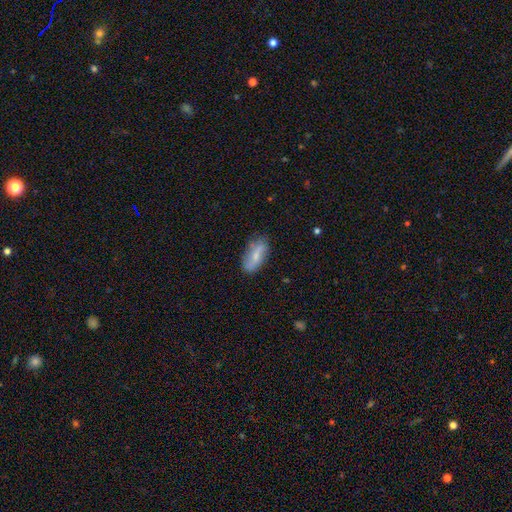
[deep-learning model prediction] smooth_or_featured: smooth (p=0.62) [alt: featured or disk p=0.31]
how_rounded: in between (p=0.77) [alt: cigar-shaped p=0.20]
merging: none (p=0.75) [alt: minor disturbance p=0.19]